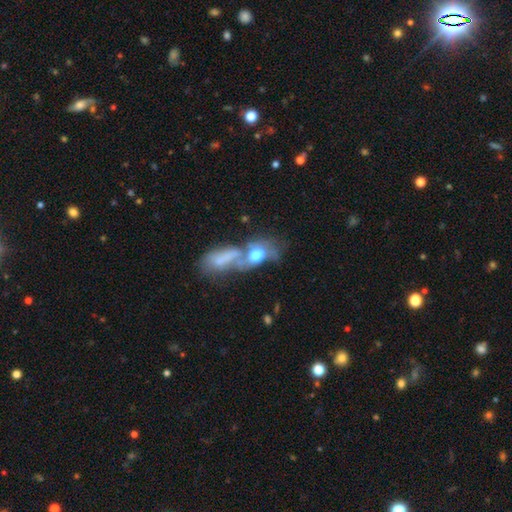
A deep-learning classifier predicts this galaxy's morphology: This is possibly a smooth galaxy (55%). How rounded: likely in between (79%). Merging: likely merger (61%).